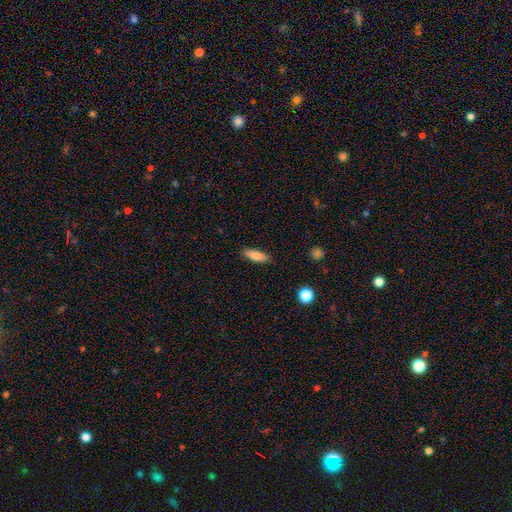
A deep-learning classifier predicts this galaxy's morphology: Smooth or featured: smooth — 79% (featured or disk — 14%)
How rounded: cigar-shaped — 52% (in between — 46%)
Merging: none — 88% (minor disturbance — 9%)